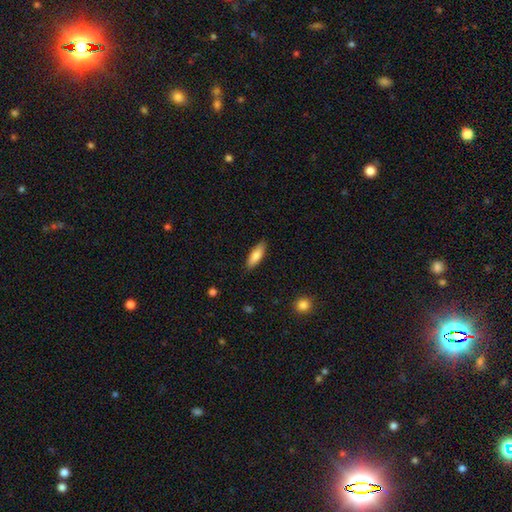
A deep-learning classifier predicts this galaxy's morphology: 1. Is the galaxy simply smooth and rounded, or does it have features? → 81% smooth, 13% featured or disk, 6% star or artifact.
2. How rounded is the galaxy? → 50% in between, 48% cigar-shaped, 2% round.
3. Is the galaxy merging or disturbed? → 86% none, 11% minor disturbance, 2% major disturbance, 1% merger.